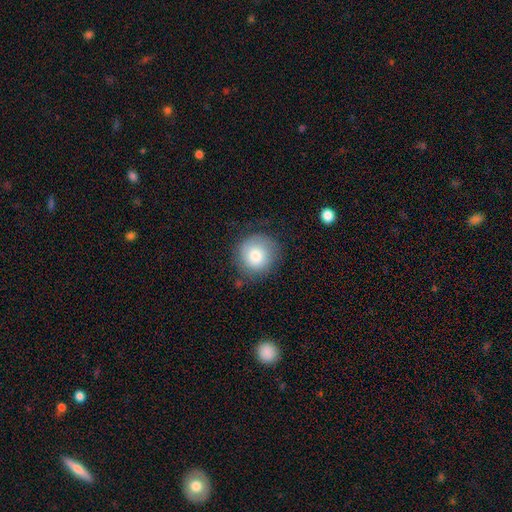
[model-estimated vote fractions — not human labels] Smooth or featured? Predicted: smooth (p=0.76). How rounded? Predicted: round (p=0.92). Merging? Predicted: none (p=0.75).